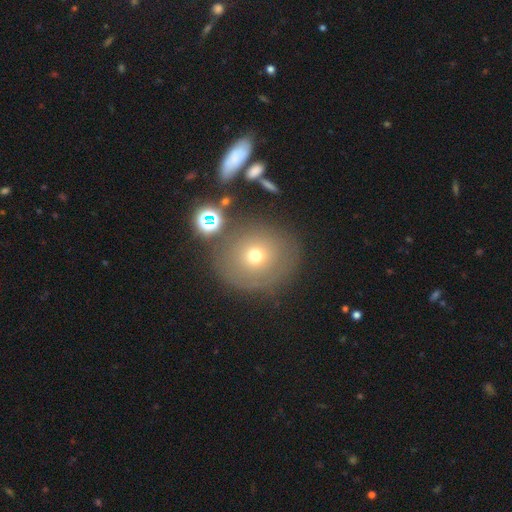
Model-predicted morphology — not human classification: Smooth or featured? Predicted: smooth (p=0.66). How rounded? Predicted: round (p=0.85). Merging? Predicted: none (p=0.76).